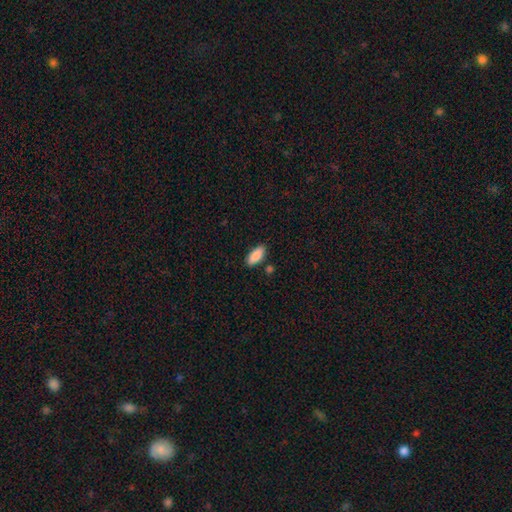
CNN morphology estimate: smooth-or-featured: smooth: 88% | star or artifact: 6% | featured or disk: 5%
  how-rounded: in between: 84% | cigar-shaped: 14% | round: 2%
  merging: none: 83% | minor disturbance: 11% | merger: 4% | major disturbance: 2%